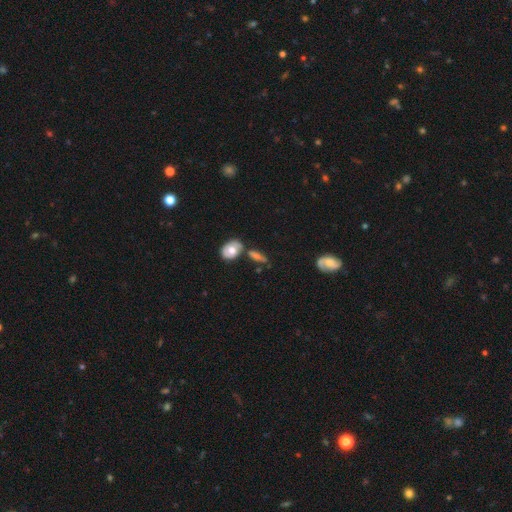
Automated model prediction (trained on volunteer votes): Morphology: type=smooth (58%); roundness=in between (62%); merging=none (63%).